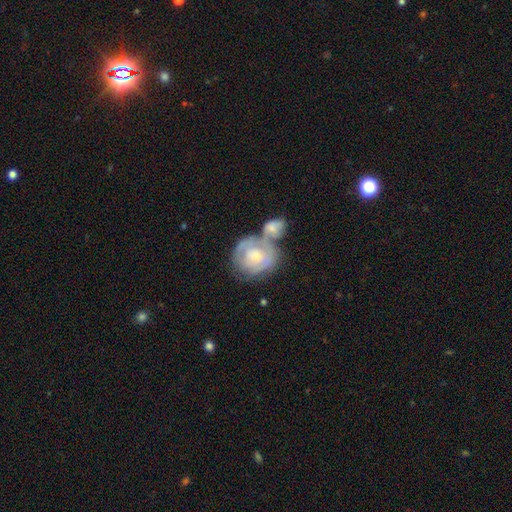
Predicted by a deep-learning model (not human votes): Smooth or featured?
  - featured or disk: 60% *
  - smooth: 34%
  - star or artifact: 6%
Edge-on disk?
  - no: 97% *
  - yes: 3%
Bar?
  - no: 76% *
  - weak: 20%
  - strong: 4%
Spiral arms?
  - yes: 68% *
  - no: 32%
Bulge size?
  - small: 50% *
  - moderate: 39%
  - none: 5%
  - large: 5%
  - dominant: 2%
Merging?
  - merger: 52% *
  - none: 26%
  - minor disturbance: 13%
  - major disturbance: 9%